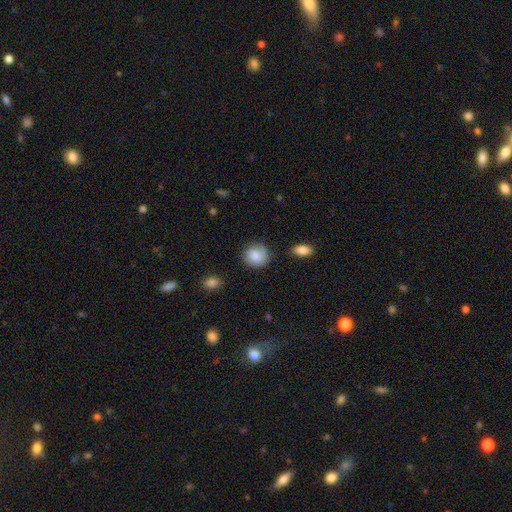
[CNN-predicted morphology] Overall: smooth (76%). How rounded: round (81%). Merging: none (69%).